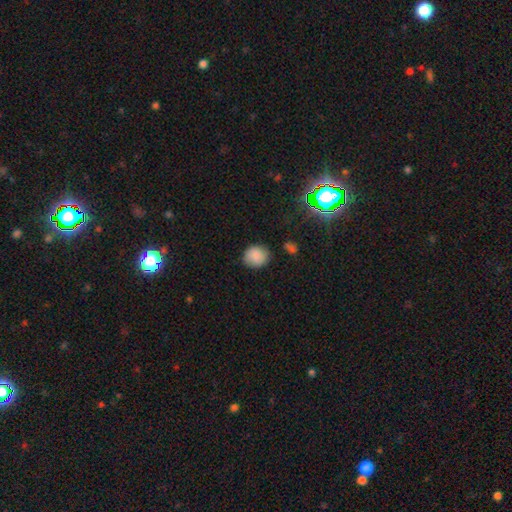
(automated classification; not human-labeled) Smooth or featured: smooth — 84% (star or artifact — 9%)
How rounded: round — 78% (in between — 21%)
Merging: none — 80% (minor disturbance — 15%)